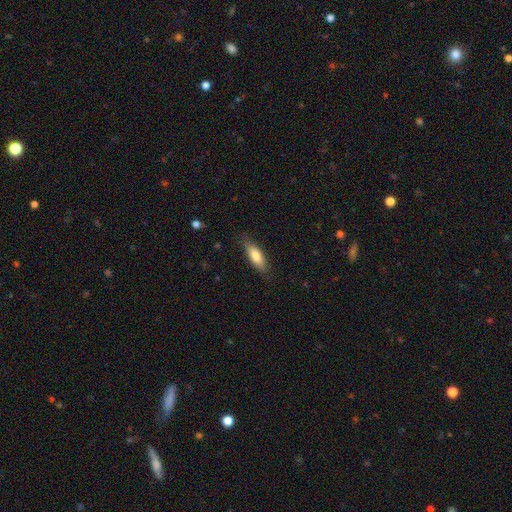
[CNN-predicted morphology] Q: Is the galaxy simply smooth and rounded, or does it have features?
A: smooth — 79%.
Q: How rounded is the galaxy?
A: in between — 56%.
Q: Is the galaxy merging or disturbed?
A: none — 81%.